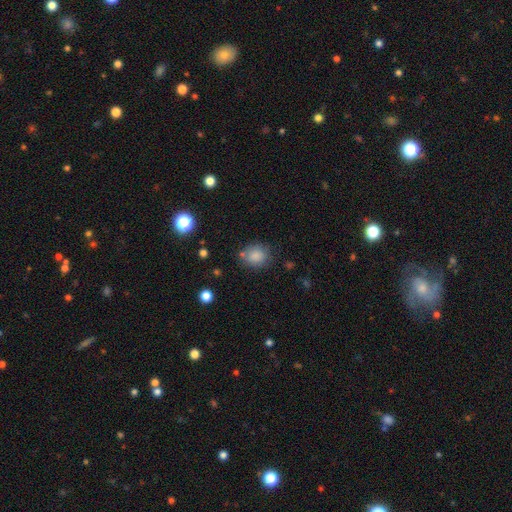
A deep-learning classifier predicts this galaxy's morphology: This appears to be a smooth galaxy with no disk features (84%) that is round (66%). Merging: none (74%).